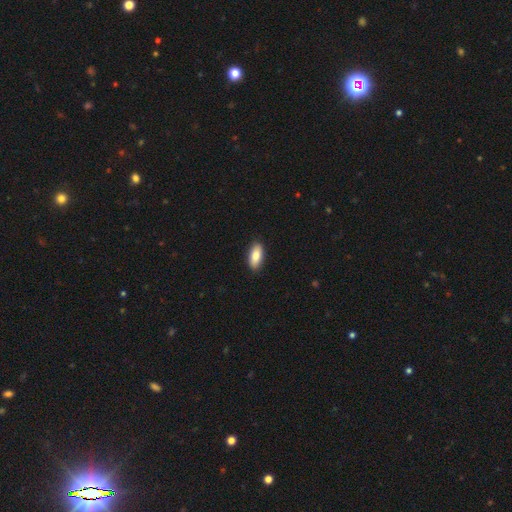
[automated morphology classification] Q: Smooth or featured?
A: smooth (85%); runner-up: featured or disk (9%)
Q: How rounded?
A: in between (87%); runner-up: cigar-shaped (11%)
Q: Merging?
A: none (89%); runner-up: minor disturbance (8%)